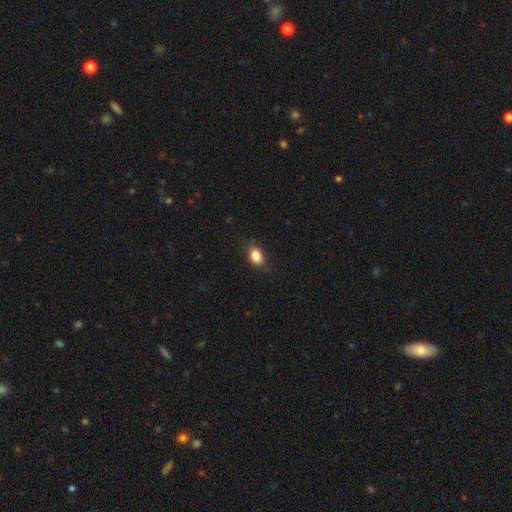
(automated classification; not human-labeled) Q: Smooth or featured?
A: smooth (85%); runner-up: star or artifact (9%)
Q: How rounded?
A: in between (74%); runner-up: round (24%)
Q: Merging?
A: none (79%); runner-up: minor disturbance (16%)